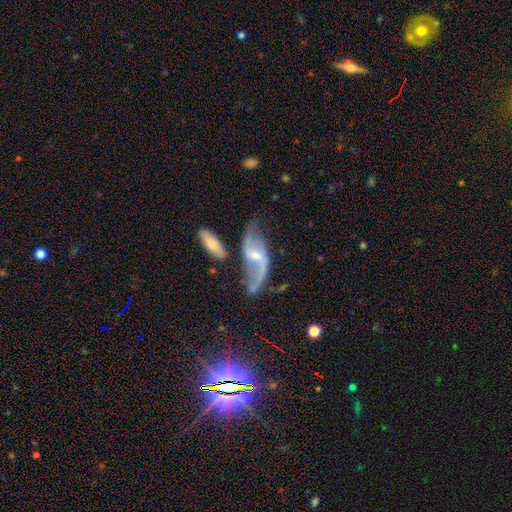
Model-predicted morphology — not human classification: smooth-or-featured: featured or disk: 84% | smooth: 9% | star or artifact: 7%
  disk-edge-on: no: 93% | yes: 7%
    bar: weak: 43% | no: 35% | strong: 22%
    has-spiral-arms: yes: 92% | no: 8%
      spiral-winding: loose: 81% | medium: 14% | tight: 4%
      spiral-arm-count: 2: 88% | 1: 5% | can't tell: 4% | 3: 1% | 4: 1% | more than 4: 1%
    bulge-size: small: 60% | moderate: 33% | none: 4% | large: 2% | dominant: 1%
  merging: none: 50% | minor disturbance: 21% | major disturbance: 17% | merger: 12%